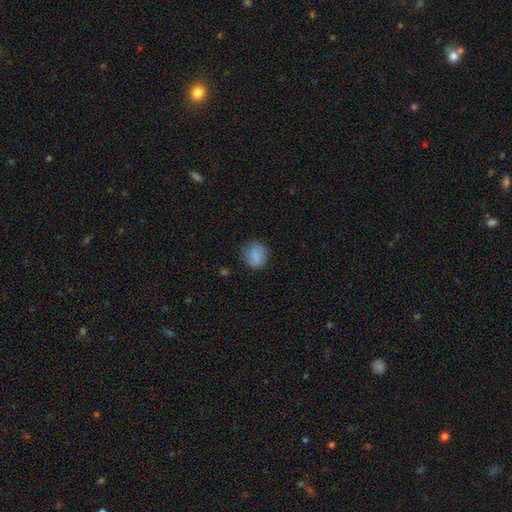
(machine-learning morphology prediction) Smooth or featured: smooth — 82% (featured or disk — 10%)
How rounded: round — 80% (in between — 19%)
Merging: none — 72% (minor disturbance — 21%)